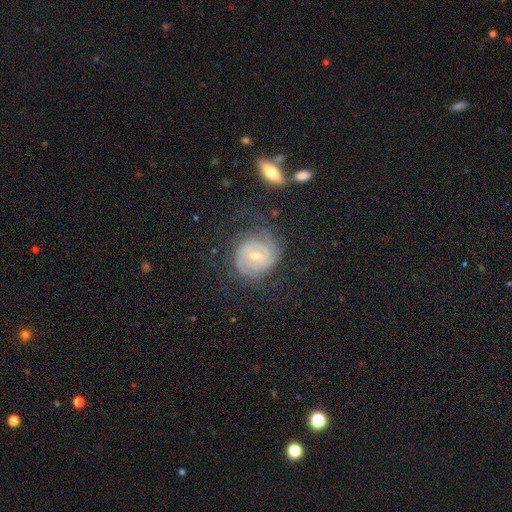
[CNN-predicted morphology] Overall: featured or disk (78%). Edge-on disk: no (97%). Bar: no (47%; weak 44%). Spiral arms: yes (92%). Spiral arm count: 2 (37%; can't tell 35%). Spiral winding: tight (65%; medium 26%). Bulge size: small (65%; moderate 30%). Merging: none (64%).